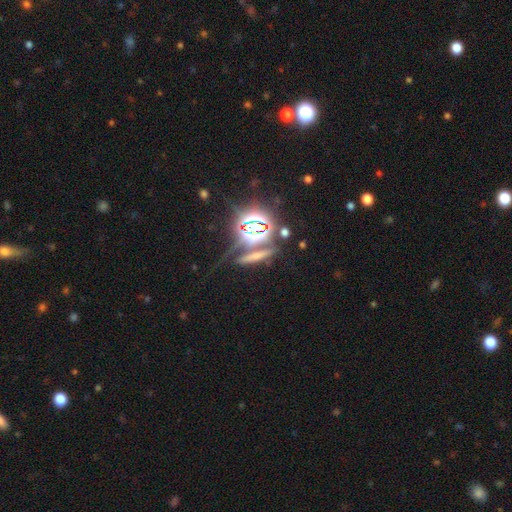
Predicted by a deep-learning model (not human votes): Smooth or featured? Predicted: smooth (p=0.41). Merging? Predicted: none (p=0.68).